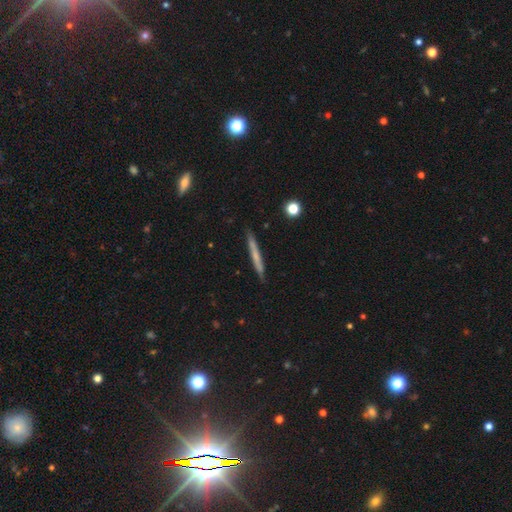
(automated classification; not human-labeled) Smooth or featured? smooth (53%)
How rounded? cigar-shaped (96%)
Merging? none (89%)